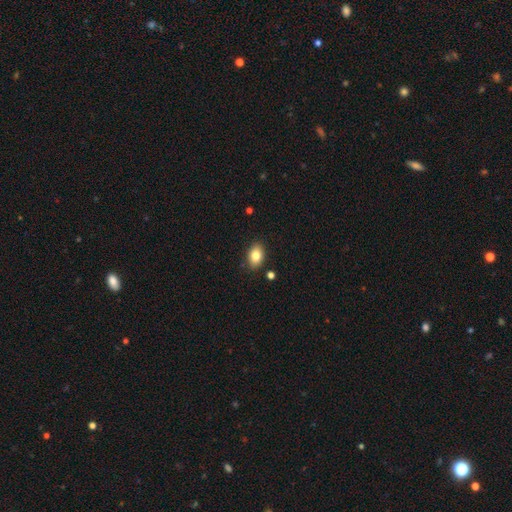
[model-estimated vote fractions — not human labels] Overall: smooth (83%). How rounded: in between (84%). Merging: none (87%).